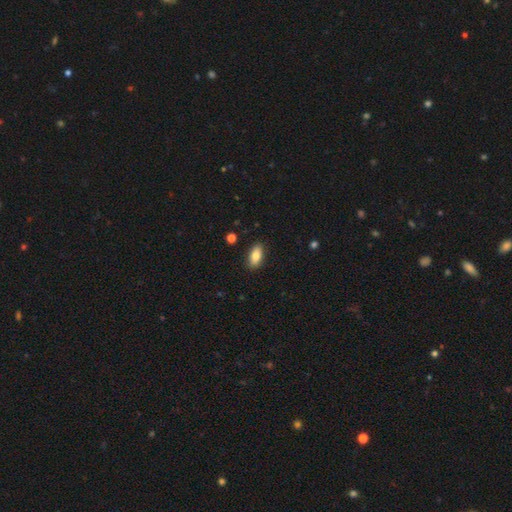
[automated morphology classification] A smooth galaxy with no disk features (83%) that is in between round and cigar-shaped (88%). Merging: none (87%).